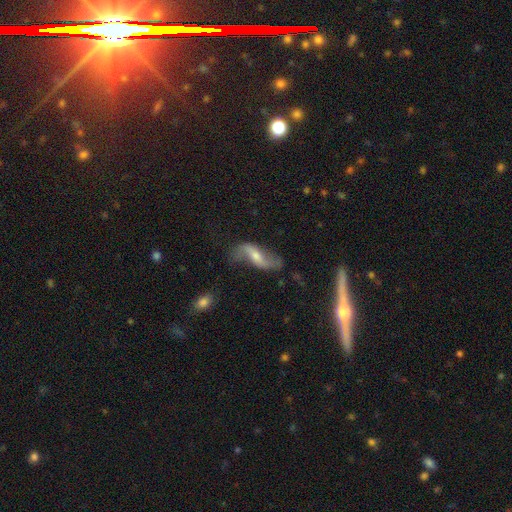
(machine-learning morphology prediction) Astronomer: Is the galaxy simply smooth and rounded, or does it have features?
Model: featured or disk — 75%.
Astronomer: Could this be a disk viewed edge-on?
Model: no — 90%.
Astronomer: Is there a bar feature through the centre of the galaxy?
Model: weak — 41% (runner-up: no, 31%).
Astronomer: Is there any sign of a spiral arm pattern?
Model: yes — 90%.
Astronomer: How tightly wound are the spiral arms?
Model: loose — 88%.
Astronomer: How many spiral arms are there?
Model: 2 — 91%.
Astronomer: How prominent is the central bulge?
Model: moderate — 45% (runner-up: small, 39%).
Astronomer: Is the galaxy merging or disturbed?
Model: none — 62%.